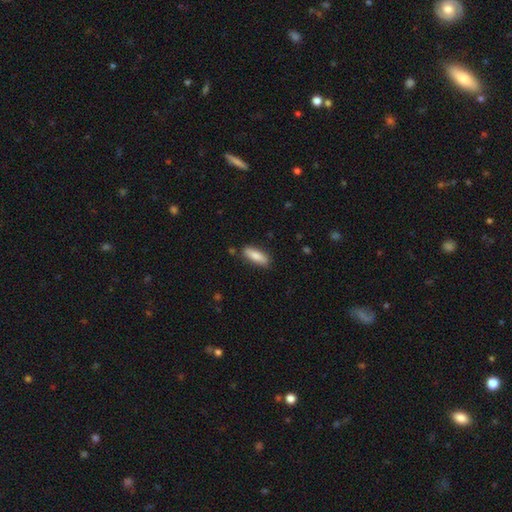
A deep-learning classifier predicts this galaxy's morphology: Smooth or featured: smooth — 82% (featured or disk — 12%)
How rounded: in between — 49% (tied with cigar-shaped — 49%)
Merging: none — 85% (minor disturbance — 11%)